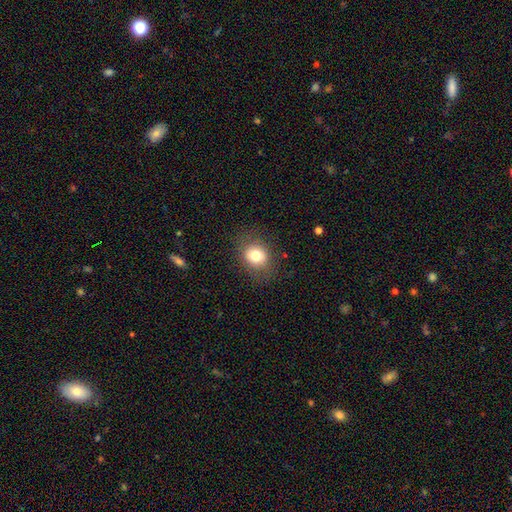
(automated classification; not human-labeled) Smooth or featured? Predicted: smooth (p=0.78). How rounded? Predicted: round (p=0.65). Merging? Predicted: none (p=0.81).